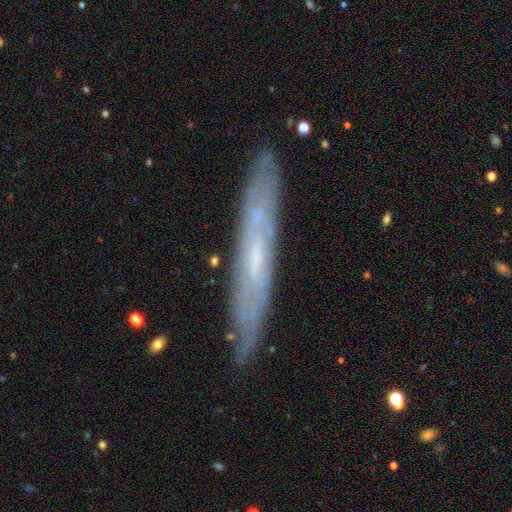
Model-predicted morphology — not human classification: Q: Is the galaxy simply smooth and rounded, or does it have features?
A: featured or disk — 67%.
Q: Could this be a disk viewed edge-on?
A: yes — 65%.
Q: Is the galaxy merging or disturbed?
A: none — 86%.